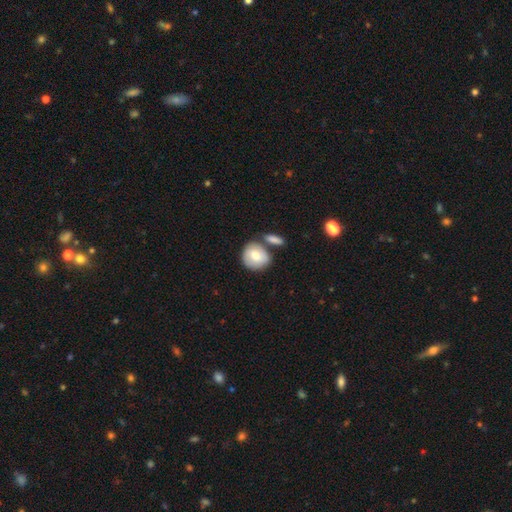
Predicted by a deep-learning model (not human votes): The model was most divided on "merging": none: 53%, merger: 27%, minor disturbance: 15%, major disturbance: 5%. More confident: how rounded — round (79%); smooth or featured — smooth (73%).